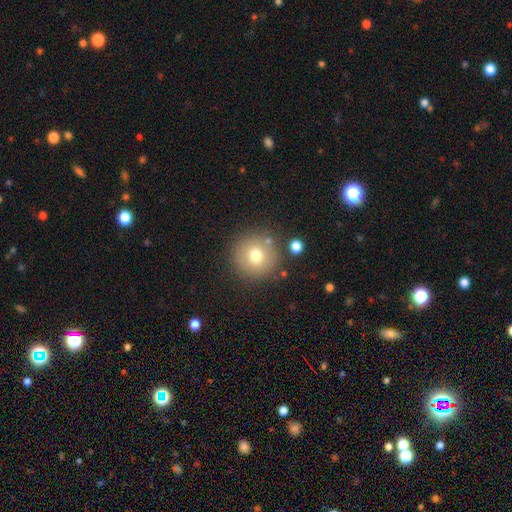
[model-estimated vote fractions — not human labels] This is likely a smooth galaxy (74%). How rounded: clearly round (95%). Merging: clearly none (84%).